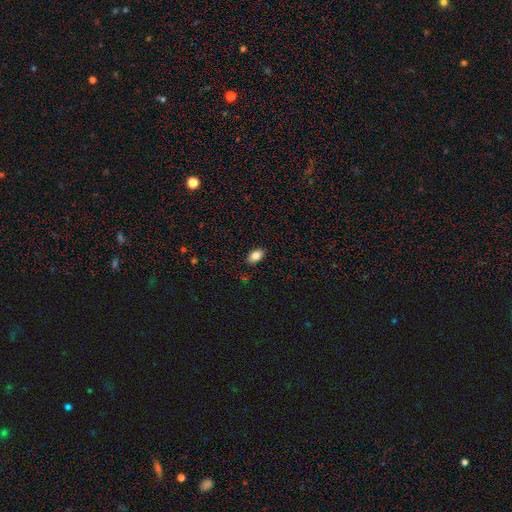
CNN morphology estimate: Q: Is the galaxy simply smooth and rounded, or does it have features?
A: smooth — 84%.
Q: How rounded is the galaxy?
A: in between — 90%.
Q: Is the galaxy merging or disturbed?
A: none — 87%.